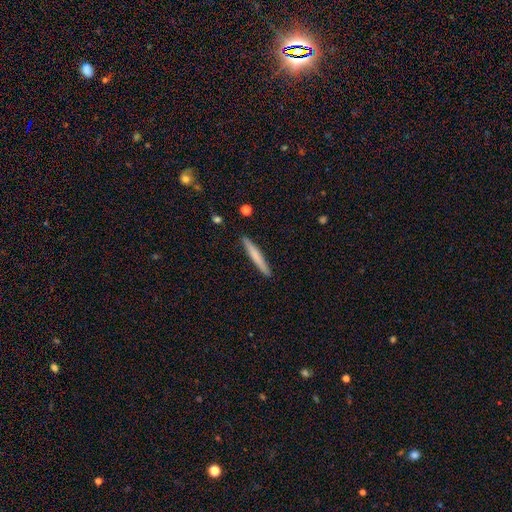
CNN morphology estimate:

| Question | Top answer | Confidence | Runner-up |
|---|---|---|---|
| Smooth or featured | smooth | 66% | featured or disk (29%) |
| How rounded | cigar-shaped | 96% | in between (3%) |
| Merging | none | 91% | minor disturbance (6%) |